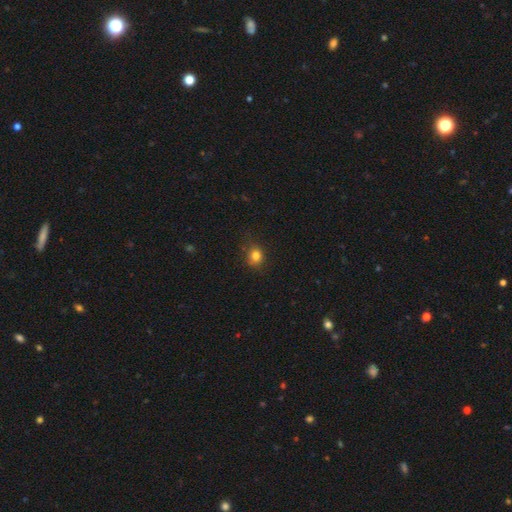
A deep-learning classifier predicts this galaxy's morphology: A smooth galaxy with no disk features (81%) that is round (69%). Merging: none (78%).